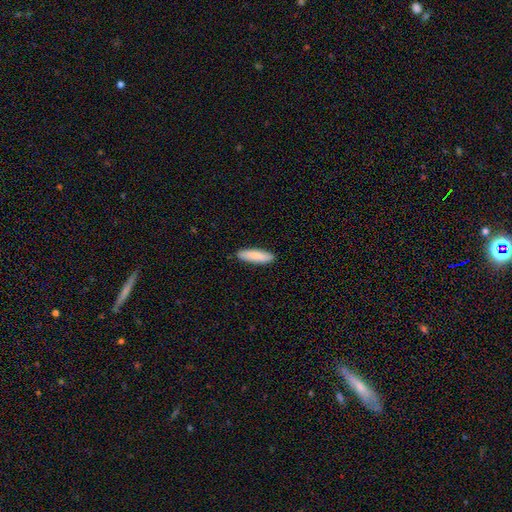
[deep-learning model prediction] This appears to be a smooth galaxy with no disk features (85%) that is cigar-shaped (63%). Merging: none (90%).